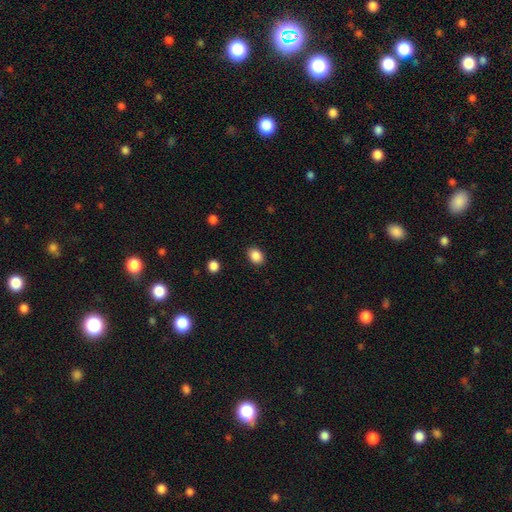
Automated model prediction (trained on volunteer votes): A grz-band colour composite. It shows a smooth galaxy with no disk features (88%) that is in between round and cigar-shaped (66%). Merging: none (88%).